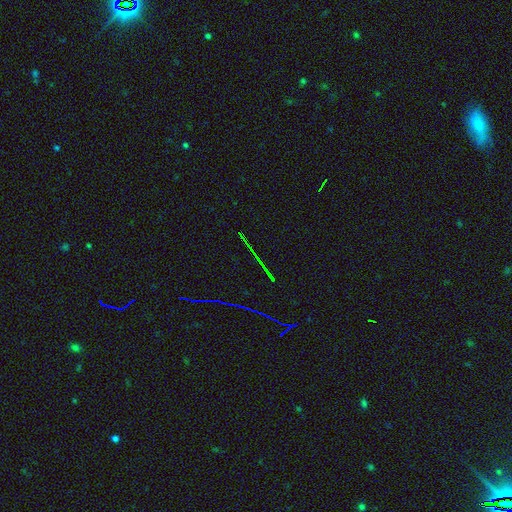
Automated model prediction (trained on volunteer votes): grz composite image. It shows a star or artifact, not a galaxy (81%).